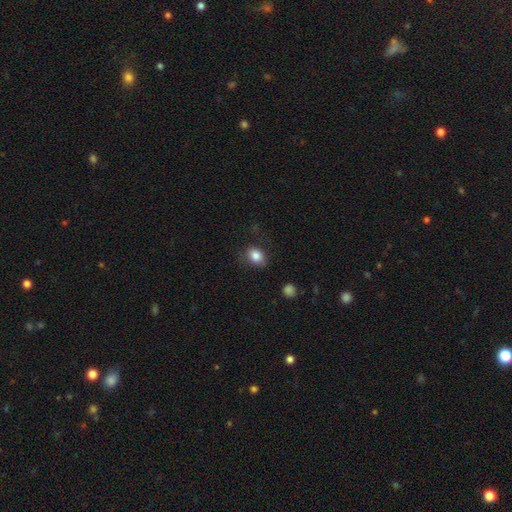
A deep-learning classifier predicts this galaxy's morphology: A smooth galaxy with no disk features (84%) that is in between round and cigar-shaped (58%).

Vote fractions:
- Smooth or featured? smooth: 84% / star or artifact: 9% / featured or disk: 7%
- How rounded? in between: 58% / round: 41% / cigar-shaped: 1%
- Merging? none: 77% / minor disturbance: 16% / major disturbance: 5% / merger: 2%